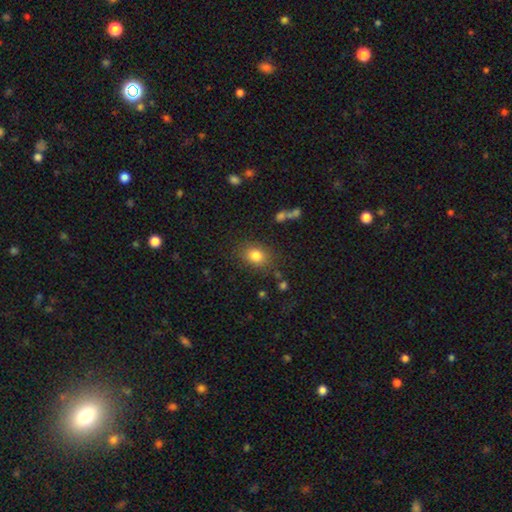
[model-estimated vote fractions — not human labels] A smooth galaxy with no disk features (82%) that is in between round and cigar-shaped (53%). Merging: none (80%).